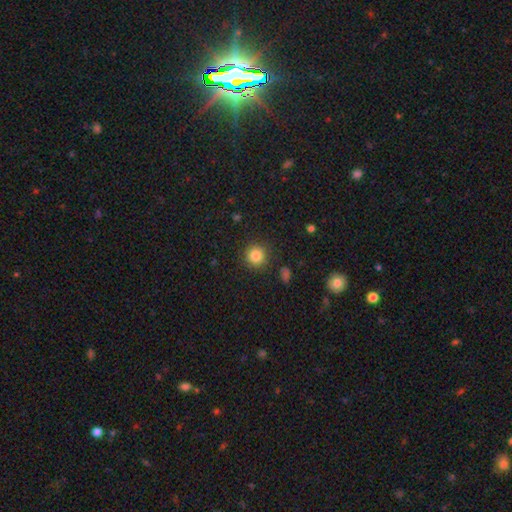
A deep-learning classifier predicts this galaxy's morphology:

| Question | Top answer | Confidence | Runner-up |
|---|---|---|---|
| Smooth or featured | smooth | 85% | star or artifact (11%) |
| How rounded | round | 94% | in between (5%) |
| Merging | none | 90% | minor disturbance (6%) |